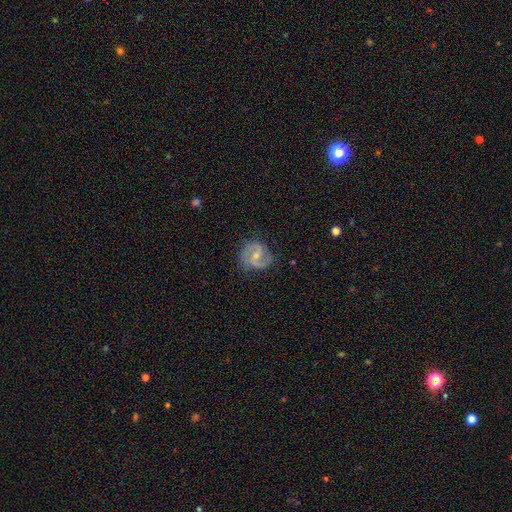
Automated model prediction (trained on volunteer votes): This is clearly a featured or disk galaxy (81%). It is clearly not viewed edge-on (98%). Bar: possibly weak (49%). Spiral arm pattern: clearly yes (95%). Spiral arm count: clearly 2 (86%). Spiral winding: possibly medium (53%). Central bulge: possibly small (53%). Merging: likely none (74%).